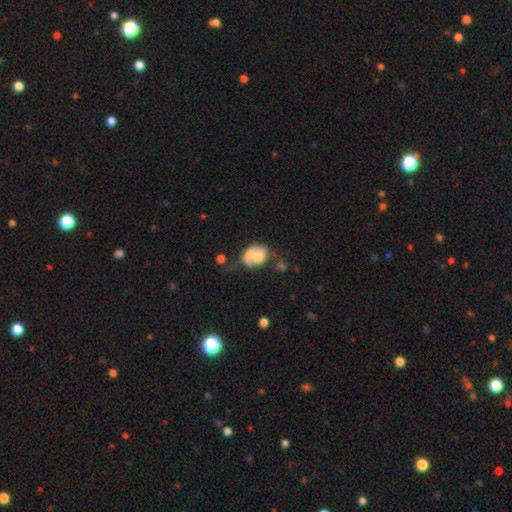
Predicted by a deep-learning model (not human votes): smooth-or-featured: smooth: 61% | featured or disk: 31% | star or artifact: 8%
  how-rounded: in between: 72% | round: 26% | cigar-shaped: 1%
  merging: merger: 51% | none: 22% | minor disturbance: 15% | major disturbance: 12%